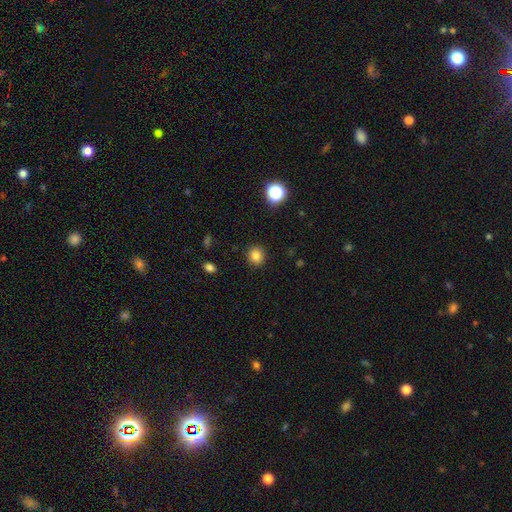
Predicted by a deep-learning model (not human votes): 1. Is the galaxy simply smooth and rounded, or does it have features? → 83% smooth, 12% star or artifact, 5% featured or disk.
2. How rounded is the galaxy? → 86% round, 13% in between, 1% cigar-shaped.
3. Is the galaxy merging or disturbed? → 90% none, 6% minor disturbance, 2% major disturbance, 1% merger.